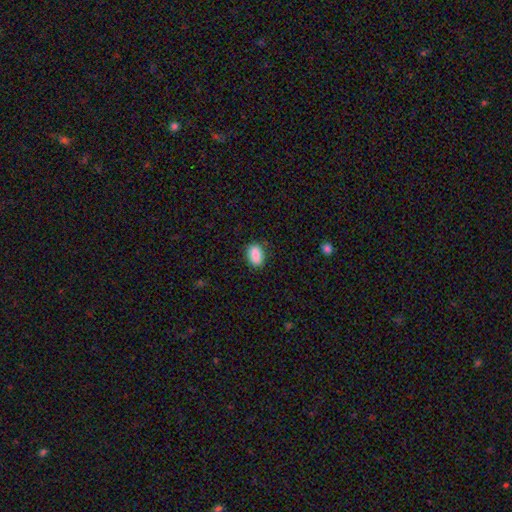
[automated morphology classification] Q: Smooth or featured?
A: smooth (89%); runner-up: star or artifact (8%)
Q: How rounded?
A: in between (88%); runner-up: round (10%)
Q: Merging?
A: none (82%); runner-up: minor disturbance (14%)